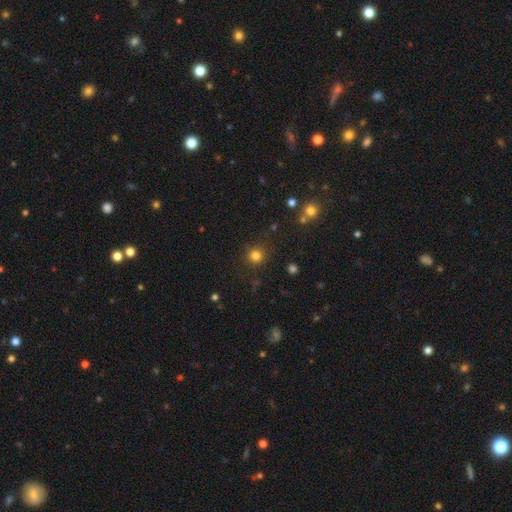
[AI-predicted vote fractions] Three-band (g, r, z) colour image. It shows a smooth galaxy with no disk features (80%) that is round (93%). Merging: none (88%).